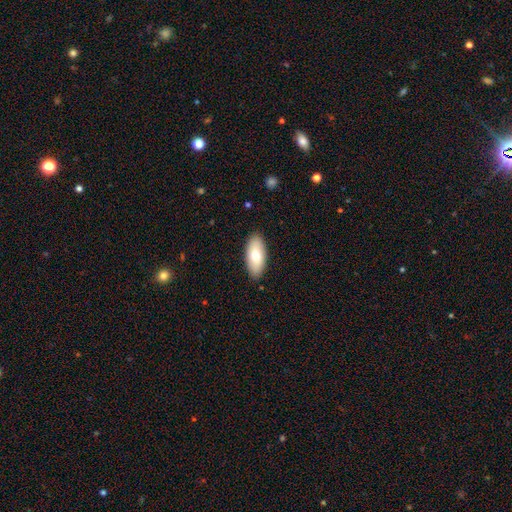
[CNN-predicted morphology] Smooth or featured: smooth — 73% (featured or disk — 21%)
How rounded: in between — 90% (cigar-shaped — 8%)
Merging: none — 89% (minor disturbance — 9%)